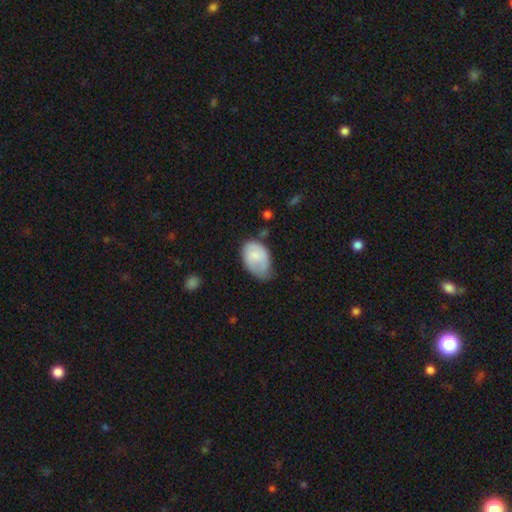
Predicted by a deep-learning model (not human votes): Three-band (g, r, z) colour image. It shows a smooth galaxy with no disk features (73%) that is in between round and cigar-shaped (88%). Merging: minor disturbance (45%).